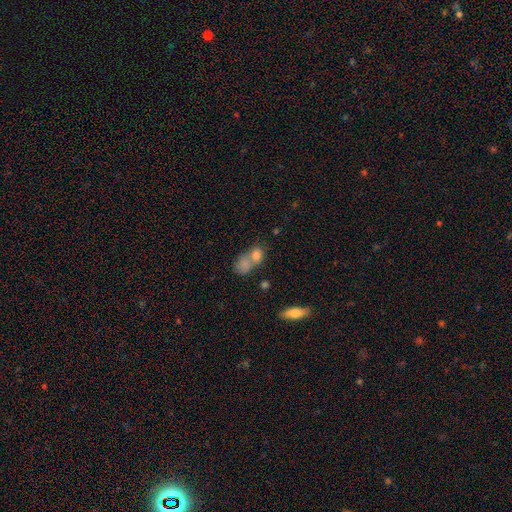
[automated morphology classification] type=smooth (76%); roundness=in between (52%); merging=merger (57%).